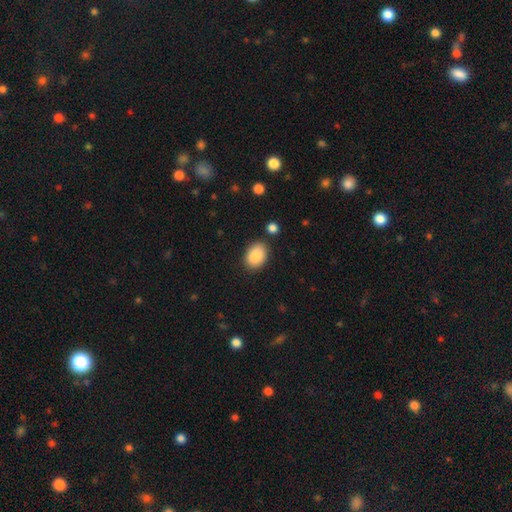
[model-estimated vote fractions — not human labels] Smooth or featured? smooth (89%)
How rounded? in between (82%)
Merging? none (83%)